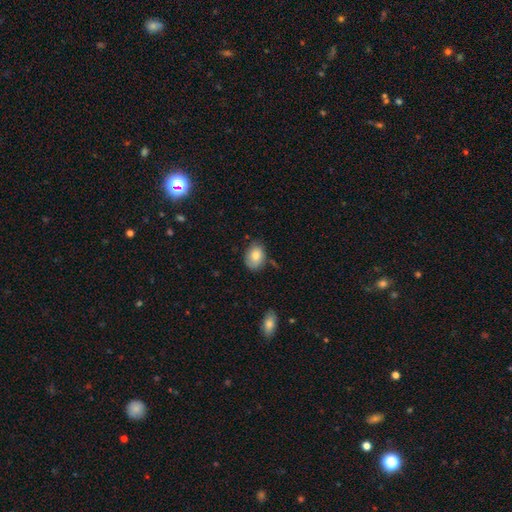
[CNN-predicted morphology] smooth 78%, featured or disk 14%, star or artifact 7%. Down the decision tree: how rounded — in between (70%); merging — none (70%).